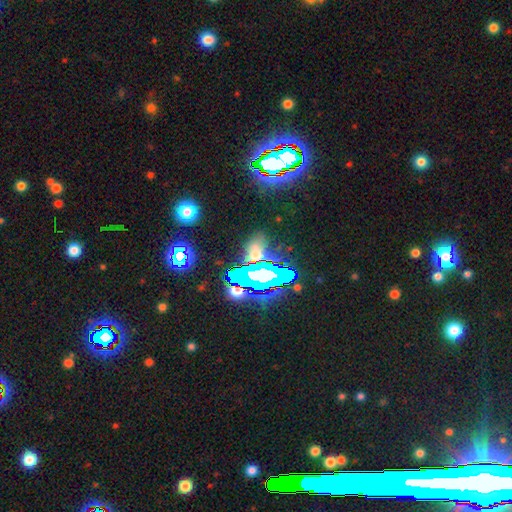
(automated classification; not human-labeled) The model was most divided on "smooth or featured": star or artifact: 60%, smooth: 26%, featured or disk: 14%.